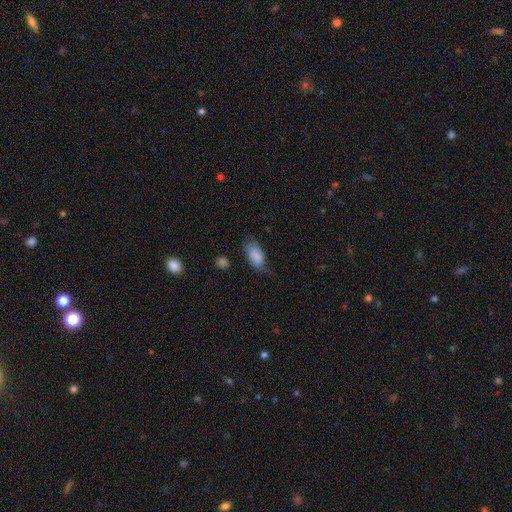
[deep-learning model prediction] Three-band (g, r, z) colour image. It shows a smooth galaxy with no disk features (79%) that is in between round and cigar-shaped (92%). Merging: none (47%).